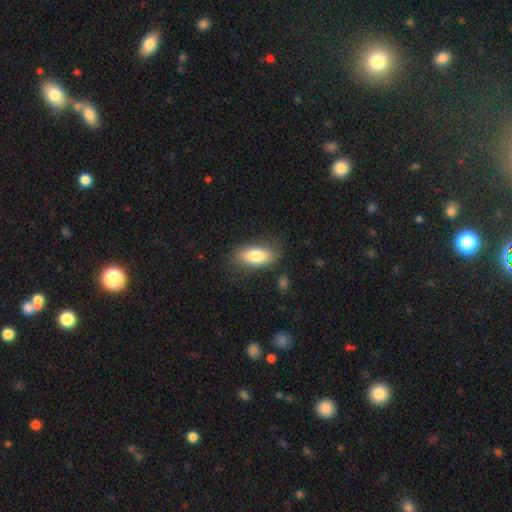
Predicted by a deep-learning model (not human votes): Morphology: type=smooth (81%); roundness=in between (88%); merging=none (80%).